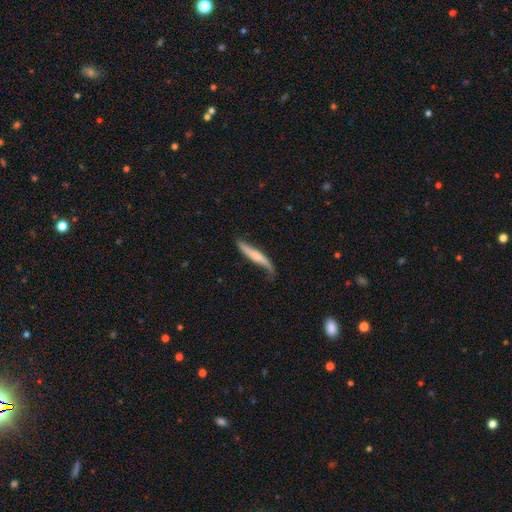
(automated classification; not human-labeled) The model was most divided on "smooth or featured": featured or disk: 54%, smooth: 41%, star or artifact: 5%. More confident: edge-on disk — yes (60%); merging — none (52%).